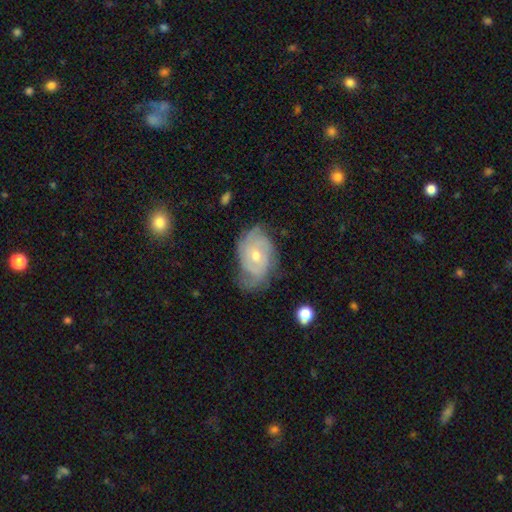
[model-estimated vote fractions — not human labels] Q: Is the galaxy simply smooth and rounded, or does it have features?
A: featured or disk — 77%.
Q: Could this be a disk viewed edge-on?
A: no — 96%.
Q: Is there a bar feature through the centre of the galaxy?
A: no — 75%.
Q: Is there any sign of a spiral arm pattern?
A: yes — 92%.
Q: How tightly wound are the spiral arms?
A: tight — 58%.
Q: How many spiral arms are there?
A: can't tell — 35%.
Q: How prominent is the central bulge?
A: moderate — 54%.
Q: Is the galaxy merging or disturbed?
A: none — 59%.